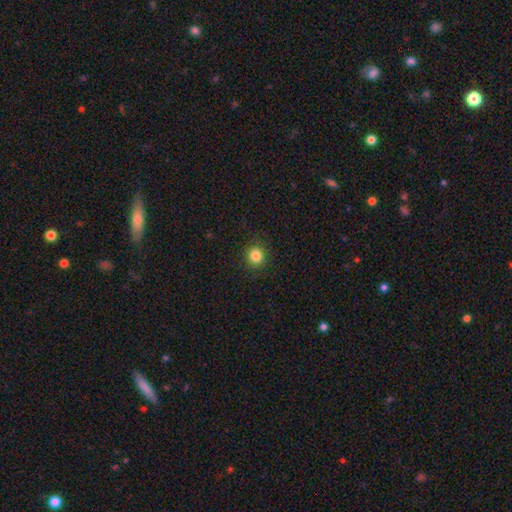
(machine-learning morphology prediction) Smooth or featured: smooth — 84% (star or artifact — 12%)
How rounded: round — 91% (in between — 8%)
Merging: none — 90% (minor disturbance — 7%)